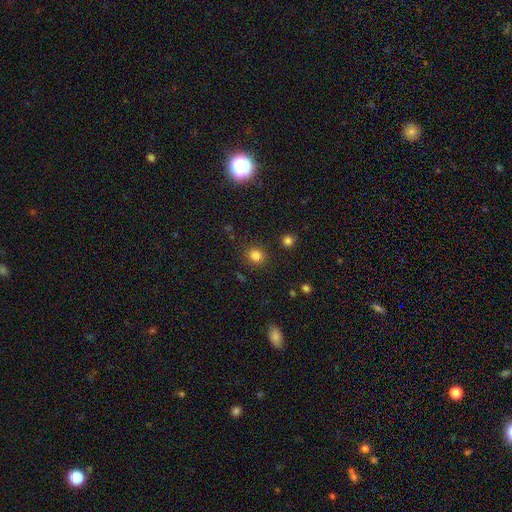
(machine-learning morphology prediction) type=smooth (82%); roundness=round (86%); merging=none (88%).